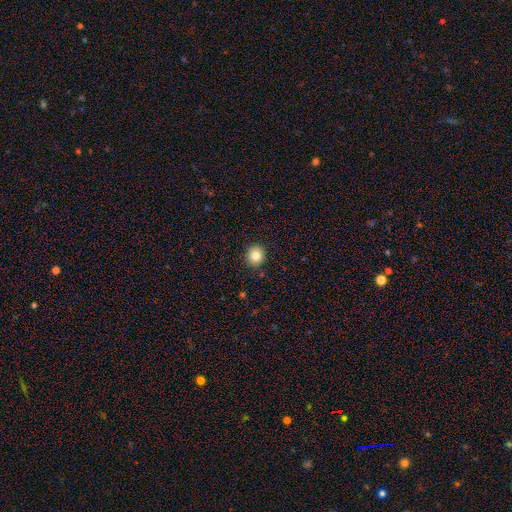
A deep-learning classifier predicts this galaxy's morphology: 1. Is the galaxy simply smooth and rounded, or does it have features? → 82% smooth, 10% star or artifact, 7% featured or disk.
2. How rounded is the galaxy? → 89% round, 10% in between, 1% cigar-shaped.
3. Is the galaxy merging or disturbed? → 91% none, 6% minor disturbance, 2% major disturbance, 1% merger.